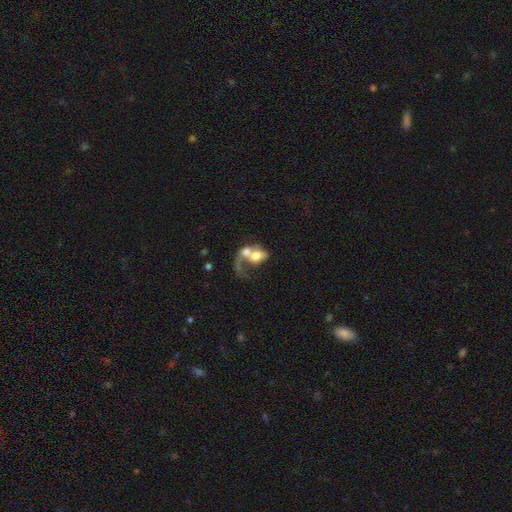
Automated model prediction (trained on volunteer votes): The model was most divided on "smooth or featured": featured or disk: 46%, smooth: 45%, star or artifact: 9%. More confident: merging — merger (65%).